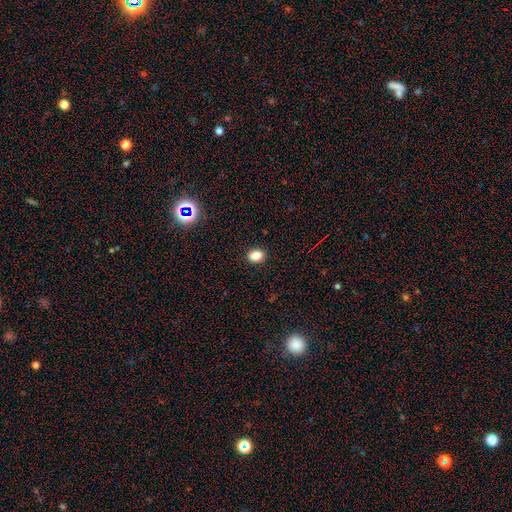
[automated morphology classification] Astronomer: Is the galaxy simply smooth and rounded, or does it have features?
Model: smooth — 83%.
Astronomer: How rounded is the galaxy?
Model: in between — 61% (runner-up: round, 38%).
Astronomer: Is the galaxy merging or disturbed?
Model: none — 90%.